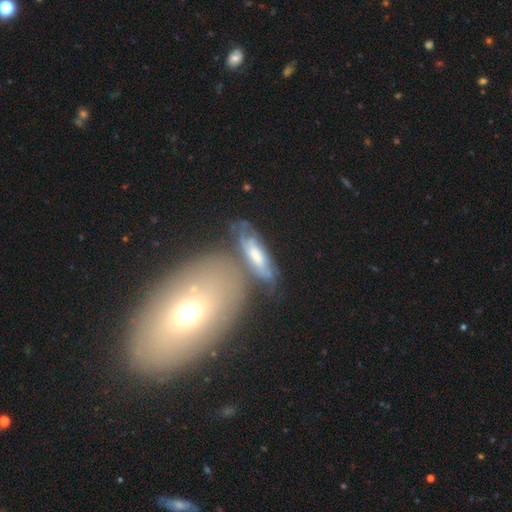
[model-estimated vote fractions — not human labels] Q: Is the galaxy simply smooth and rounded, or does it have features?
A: featured or disk — 54%.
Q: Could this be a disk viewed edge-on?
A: no — 74%.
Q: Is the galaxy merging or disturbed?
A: none — 45%.